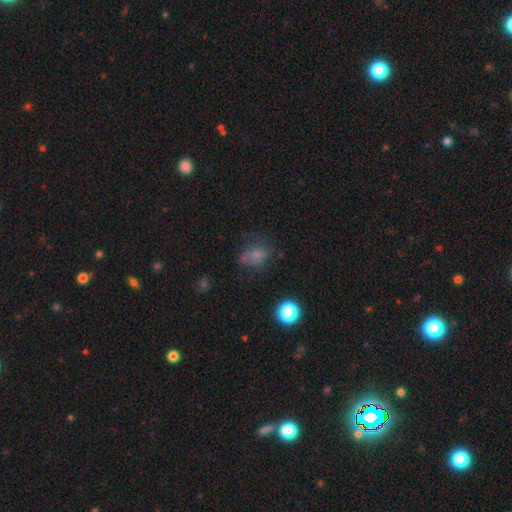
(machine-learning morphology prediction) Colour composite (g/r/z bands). It shows a smooth galaxy with no disk features (64%) that is in between round and cigar-shaped (52%). Merging: none (53%).